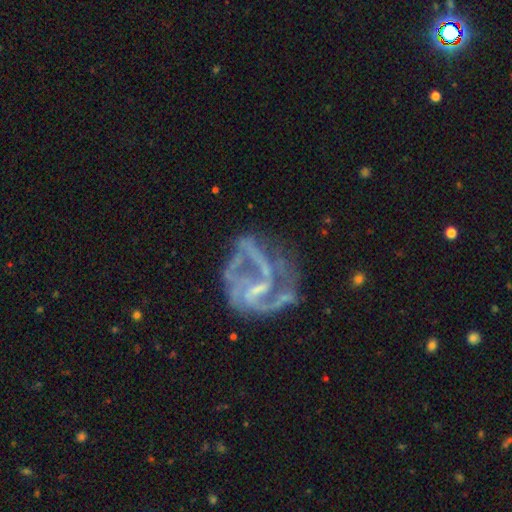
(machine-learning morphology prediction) Smooth or featured?
  - featured or disk: 84% *
  - star or artifact: 9%
  - smooth: 7%
Edge-on disk?
  - no: 98% *
  - yes: 2%
Bar?
  - weak: 45% *
  - no: 29%
  - strong: 25%
Spiral arms?
  - yes: 83% *
  - no: 17%
Spiral winding?
  - medium: 46% *
  - loose: 33%
  - tight: 21%
Spiral arm count?
  - 2: 40% *
  - 3: 21%
  - can't tell: 20%
  - 1: 8%
  - 4: 6%
  - more than 4: 5%
Bulge size?
  - small: 43% * (tied)
  - none: 43% * (tied)
  - moderate: 12%
  - large: 1%
  - dominant: 1%
Merging?
  - none: 38% *
  - major disturbance: 36%
  - minor disturbance: 19%
  - merger: 7%